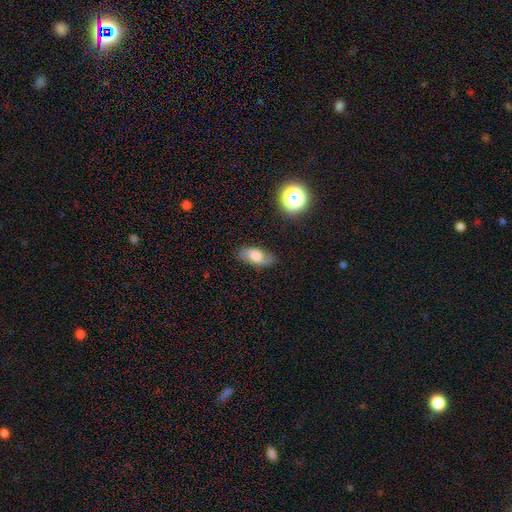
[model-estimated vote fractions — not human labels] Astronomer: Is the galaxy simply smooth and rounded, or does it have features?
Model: smooth — 68%.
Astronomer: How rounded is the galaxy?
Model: in between — 86%.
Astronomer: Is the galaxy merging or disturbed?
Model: none — 80%.